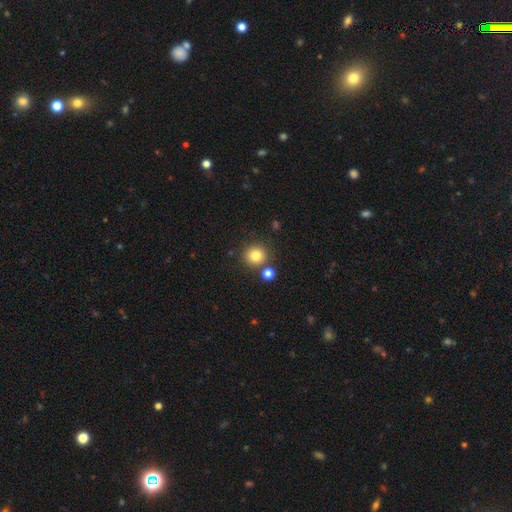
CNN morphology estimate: This appears to be a smooth galaxy with no disk features (81%) that is round (91%). Merging: none (77%).